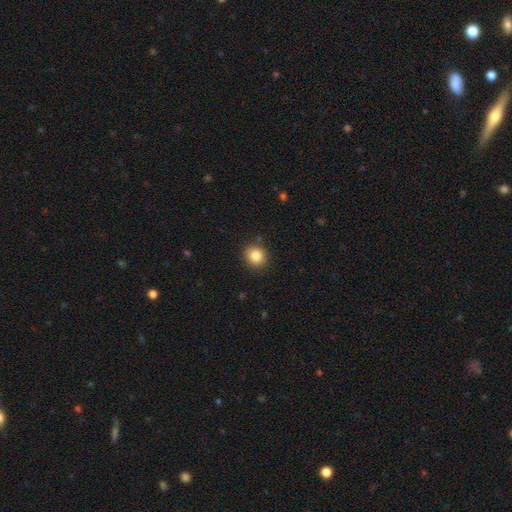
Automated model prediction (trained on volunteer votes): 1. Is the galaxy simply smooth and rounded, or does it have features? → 84% smooth, 10% star or artifact, 6% featured or disk.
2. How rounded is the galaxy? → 82% round, 17% in between, 1% cigar-shaped.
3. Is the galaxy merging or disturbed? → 89% none, 7% minor disturbance, 2% major disturbance, 1% merger.